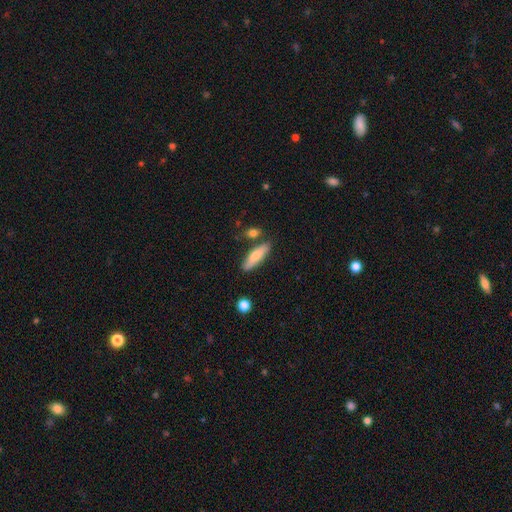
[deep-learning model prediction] Smooth or featured? Predicted: smooth (p=0.71). How rounded? Predicted: cigar-shaped (p=0.62). Merging? Predicted: none (p=0.76).